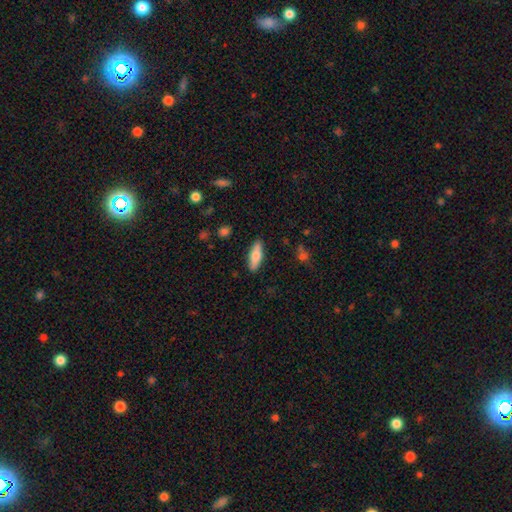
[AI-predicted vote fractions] smooth-or-featured: smooth: 70% | featured or disk: 24% | star or artifact: 6%
  how-rounded: in between: 52% | cigar-shaped: 45% | round: 2%
  merging: none: 88% | minor disturbance: 9% | major disturbance: 2% | merger: 1%